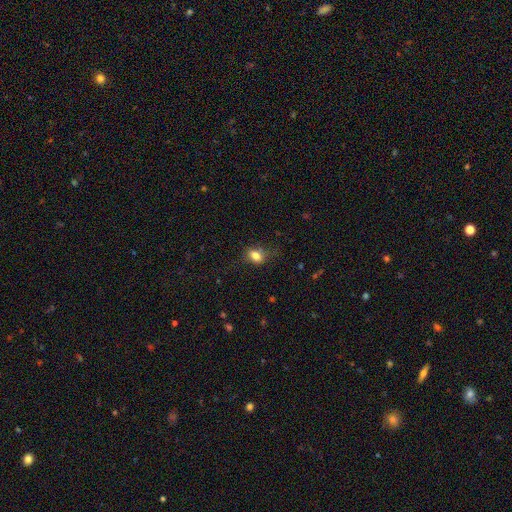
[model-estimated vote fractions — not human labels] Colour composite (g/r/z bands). It shows a smooth galaxy with no disk features (78%) that is in between round and cigar-shaped (74%). Merging: none (64%).